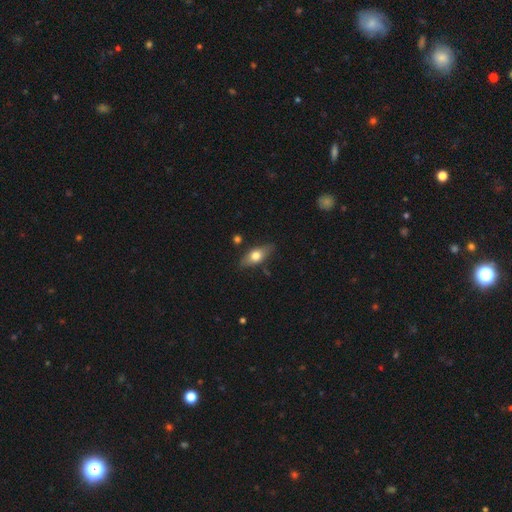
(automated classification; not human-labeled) The model was most divided on "smooth or featured": smooth: 64%, featured or disk: 30%, star or artifact: 6%. More confident: merging — none (80%); how rounded — in between (78%).